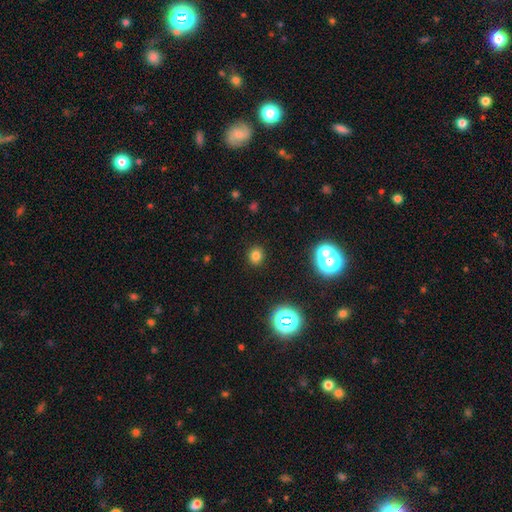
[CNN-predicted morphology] Smooth or featured? Predicted: smooth (p=0.76). How rounded? Predicted: round (p=0.81). Merging? Predicted: none (p=0.90).